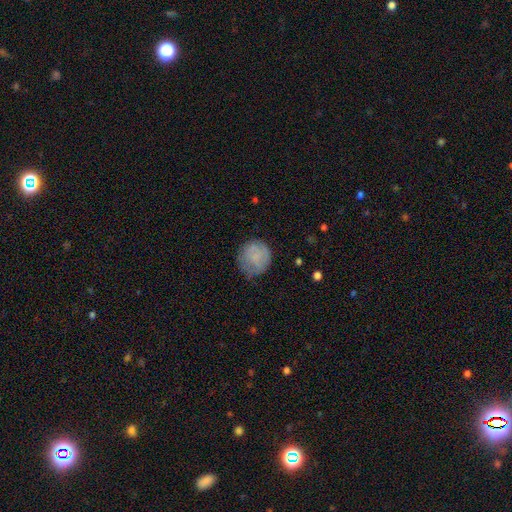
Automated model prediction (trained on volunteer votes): Smooth or featured? Predicted: smooth (p=0.74). How rounded? Predicted: round (p=0.88). Merging? Predicted: none (p=0.65).